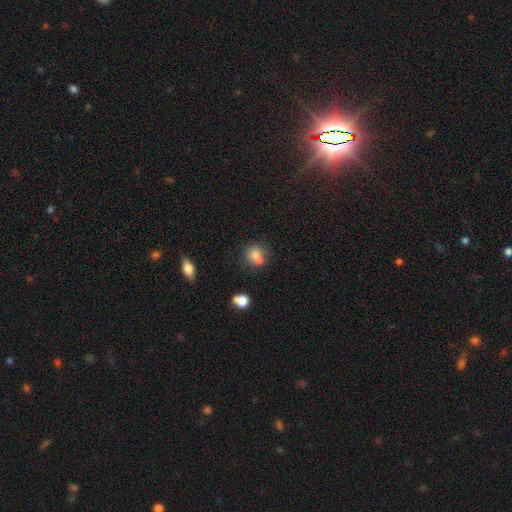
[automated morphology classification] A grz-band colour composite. It shows a smooth galaxy with no disk features (74%) that is round (62%). Merging: none (44%).